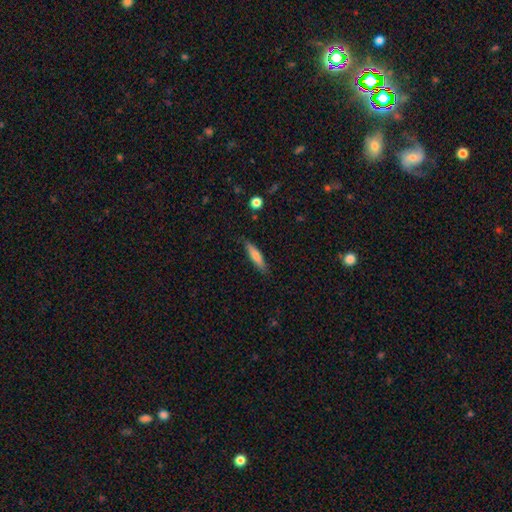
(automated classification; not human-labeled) Overall: smooth (73%). How rounded: cigar-shaped (79%). Merging: none (84%).